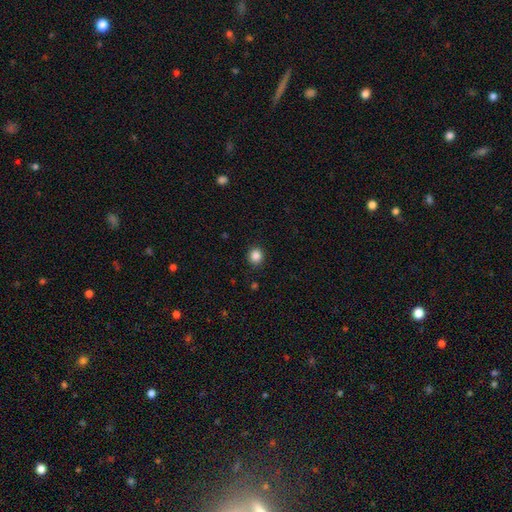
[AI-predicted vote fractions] The model was most divided on "smooth or featured": smooth: 86%, star or artifact: 11%, featured or disk: 4%. More confident: merging — none (90%); how rounded — round (89%).